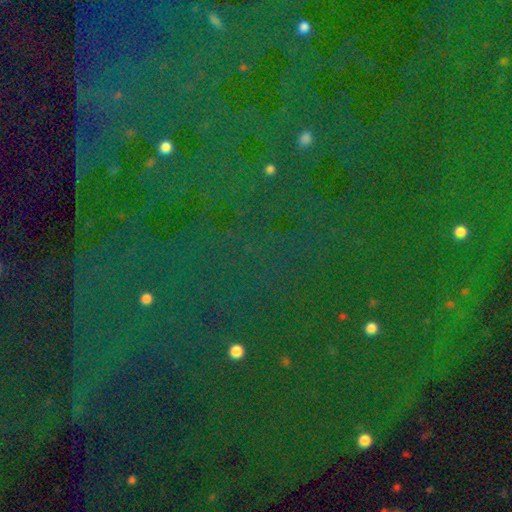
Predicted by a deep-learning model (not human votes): smooth-or-featured: star or artifact: 81% | smooth: 11% | featured or disk: 7%